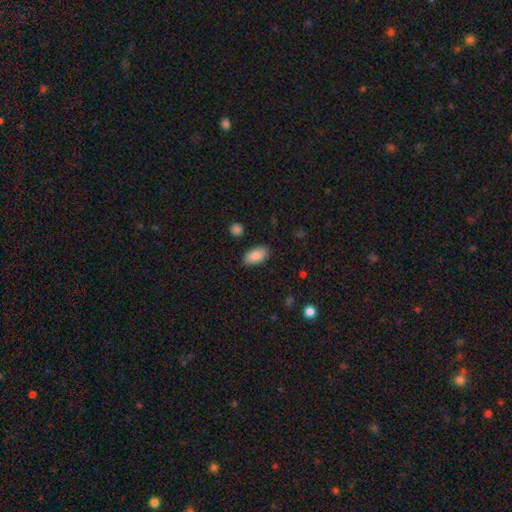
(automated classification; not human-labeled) A smooth galaxy with no disk features (85%) that is in between round and cigar-shaped (92%). Merging: none (86%).